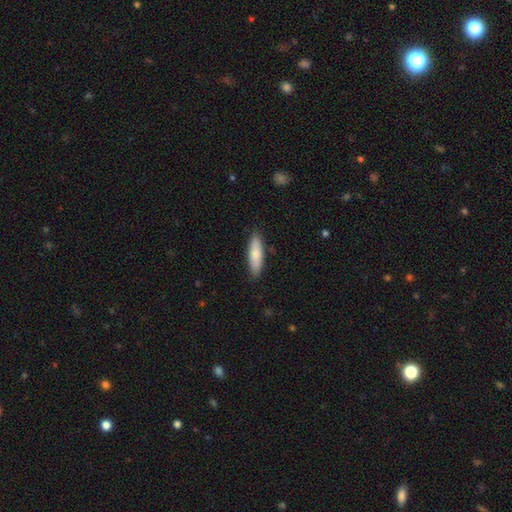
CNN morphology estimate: smooth 82%, featured or disk 12%, star or artifact 5%. Down the decision tree: how rounded — cigar-shaped (65%); merging — none (87%).